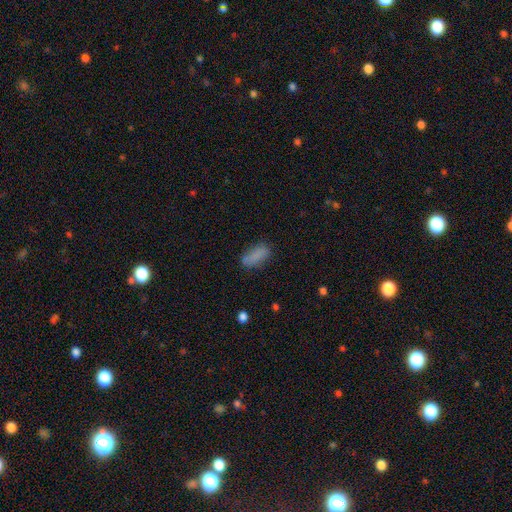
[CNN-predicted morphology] Smooth or featured?
  - smooth: 83% *
  - star or artifact: 9%
  - featured or disk: 8%
How rounded?
  - in between: 76% *
  - cigar-shaped: 21%
  - round: 3%
Merging?
  - none: 73% *
  - minor disturbance: 19%
  - major disturbance: 6%
  - merger: 3%